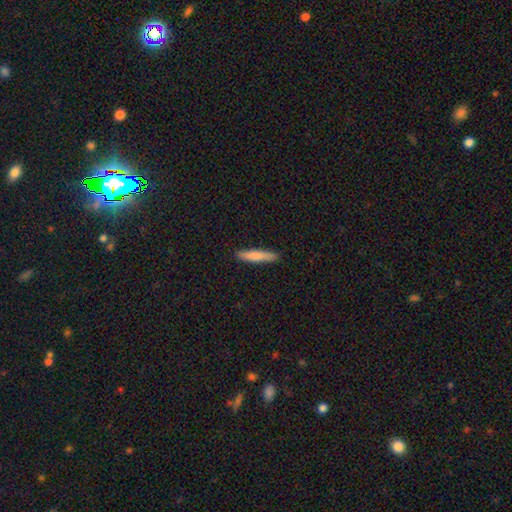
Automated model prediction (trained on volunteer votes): A smooth galaxy with no disk features (80%) that is cigar-shaped (90%). Merging: none (90%).